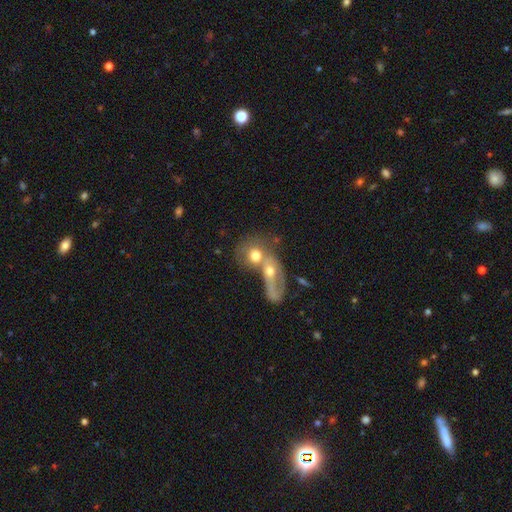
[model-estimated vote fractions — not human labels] Smooth or featured? Predicted: smooth (p=0.59). How rounded? Predicted: round (p=0.58). Merging? Predicted: merger (p=0.67).